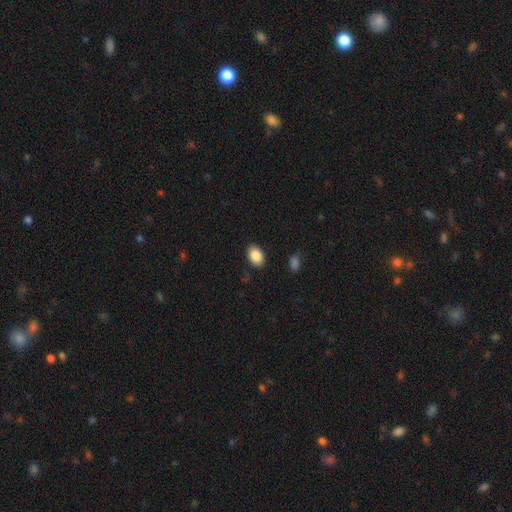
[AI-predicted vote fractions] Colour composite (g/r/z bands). It shows a smooth galaxy with no disk features (87%) that is in between round and cigar-shaped (86%). Merging: none (87%).